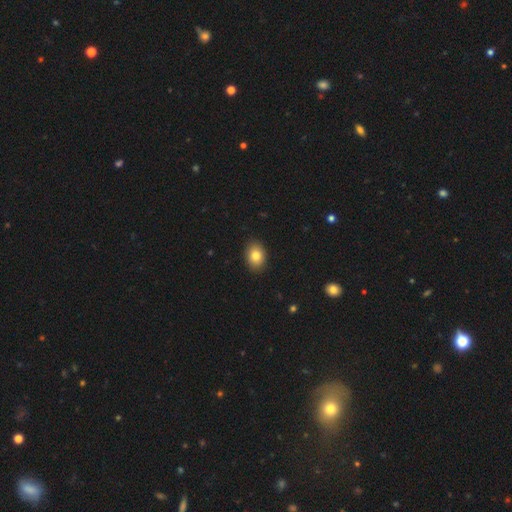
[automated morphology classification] Q: Smooth or featured?
A: smooth (82%); runner-up: star or artifact (9%)
Q: How rounded?
A: in between (68%); runner-up: round (31%)
Q: Merging?
A: none (90%); runner-up: minor disturbance (7%)